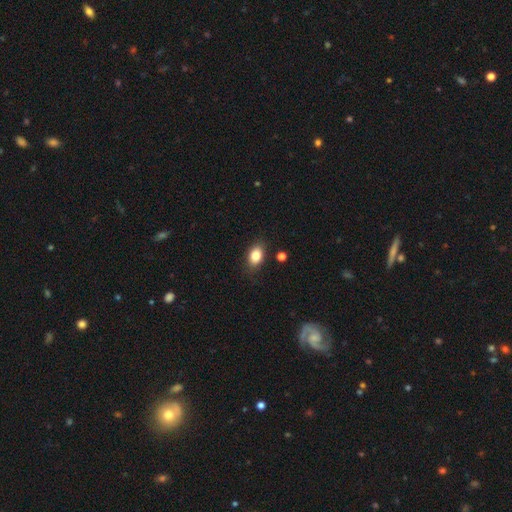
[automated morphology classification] Smooth or featured: smooth — 83% (star or artifact — 9%)
How rounded: in between — 79% (round — 19%)
Merging: none — 83% (minor disturbance — 12%)